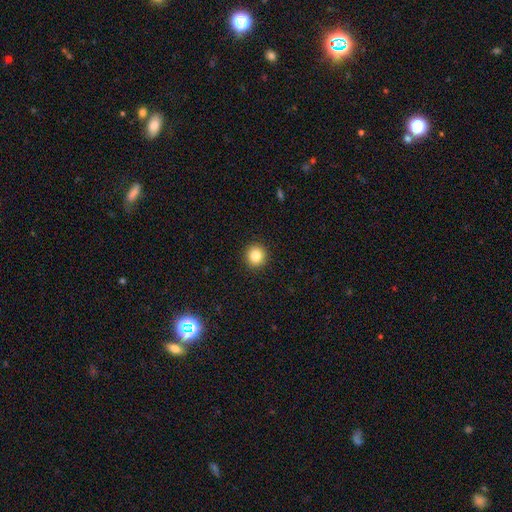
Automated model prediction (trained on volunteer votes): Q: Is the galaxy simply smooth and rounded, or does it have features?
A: smooth — 85%.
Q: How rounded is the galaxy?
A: round — 93%.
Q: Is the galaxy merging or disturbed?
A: none — 93%.